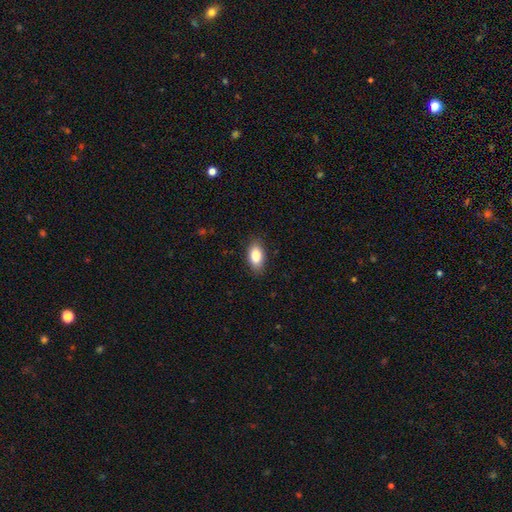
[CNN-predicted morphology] This is clearly a smooth galaxy (86%). How rounded: clearly in between (91%). Merging: clearly none (85%).